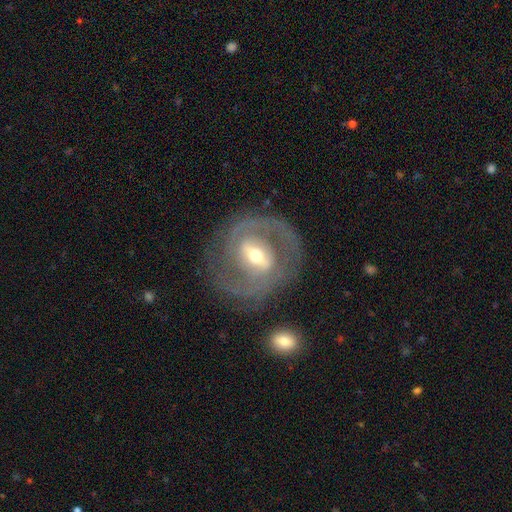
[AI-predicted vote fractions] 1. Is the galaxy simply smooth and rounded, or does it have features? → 83% featured or disk, 12% smooth, 5% star or artifact.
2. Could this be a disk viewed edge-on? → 96% no, 4% yes.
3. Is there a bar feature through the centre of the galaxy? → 46% strong, 38% weak, 15% no.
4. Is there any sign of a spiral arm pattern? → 82% yes, 18% no.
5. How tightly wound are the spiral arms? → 47% tight, 40% medium, 13% loose.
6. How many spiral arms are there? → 72% 2, 14% can't tell, 5% 3, 5% 1, 2% 4, 2% more than 4.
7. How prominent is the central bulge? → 61% moderate, 32% small, 5% large, 1% dominant, 1% none.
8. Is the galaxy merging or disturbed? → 73% none, 14% minor disturbance, 10% major disturbance, 3% merger.